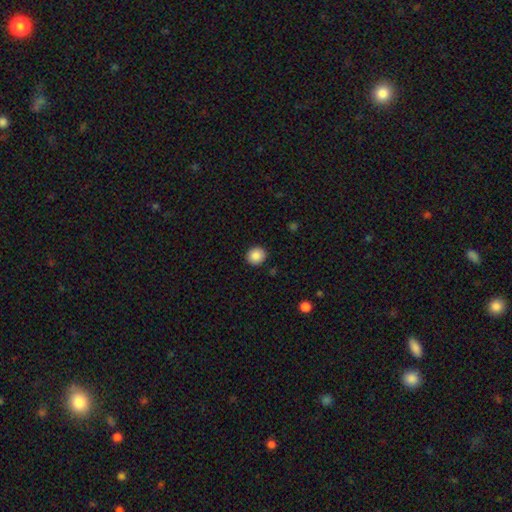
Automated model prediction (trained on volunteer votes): smooth 87%, star or artifact 9%, featured or disk 4%. Down the decision tree: how rounded — round (90%); merging — none (91%).